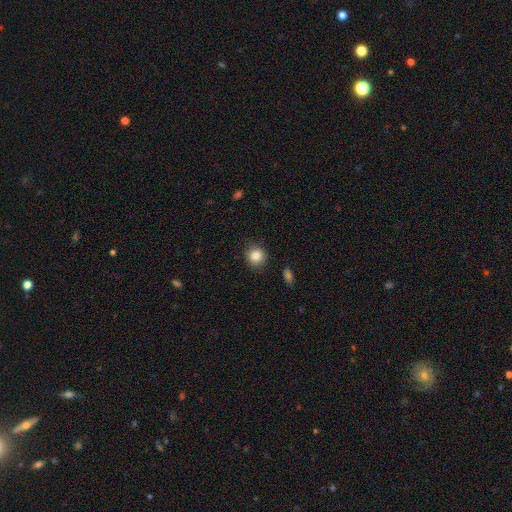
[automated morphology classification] Smooth or featured? Predicted: smooth (p=0.85). How rounded? Predicted: round (p=0.89). Merging? Predicted: none (p=0.88).